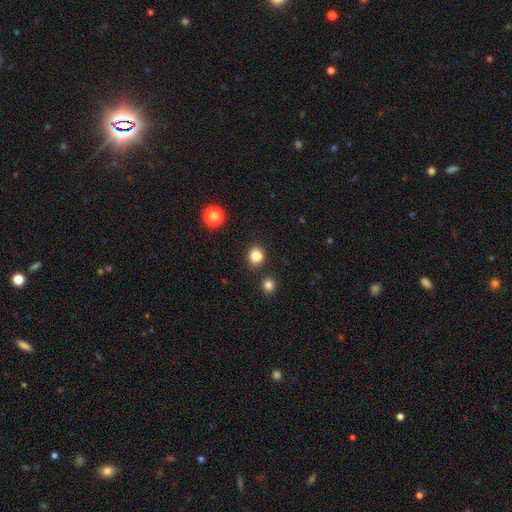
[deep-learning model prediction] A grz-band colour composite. It shows a smooth galaxy with no disk features (83%) that is round (73%). Merging: none (80%).